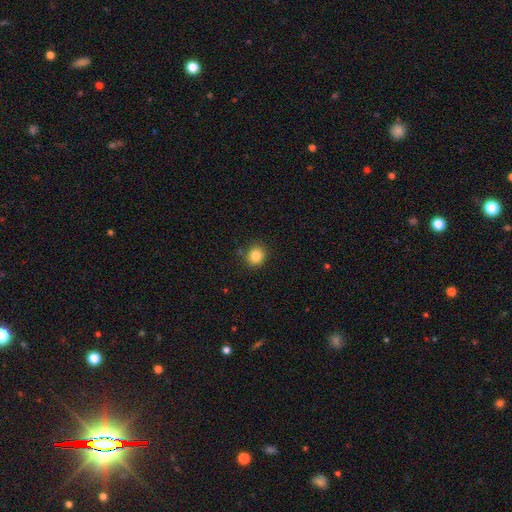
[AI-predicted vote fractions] A smooth galaxy with no disk features (85%) that is round (81%). Merging: none (85%).